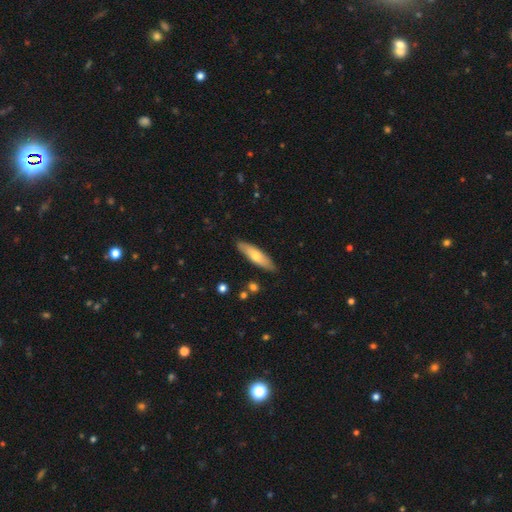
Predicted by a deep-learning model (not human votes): This appears to be a smooth galaxy with no disk features (63%) that is cigar-shaped (64%). Merging: none (85%).